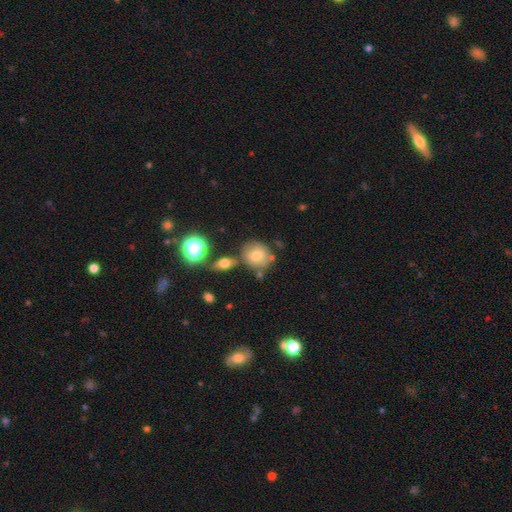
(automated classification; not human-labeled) This appears to be a smooth galaxy with no disk features (71%) that is round (79%). Merging: none (62%).